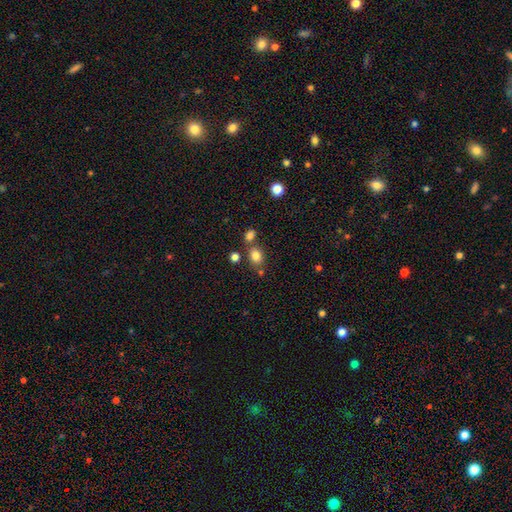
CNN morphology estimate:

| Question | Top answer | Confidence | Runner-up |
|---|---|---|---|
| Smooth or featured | smooth | 81% | star or artifact (12%) |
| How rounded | in between | 54% | round (45%) |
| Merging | none | 65% | merger (19%) |